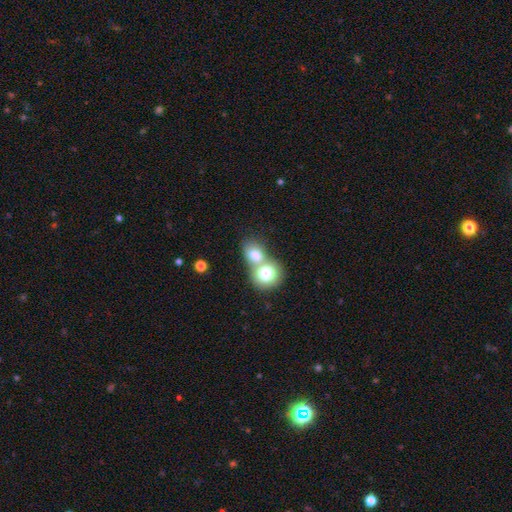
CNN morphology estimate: type=smooth (63%); roundness=round (71%); merging=merger (52%).